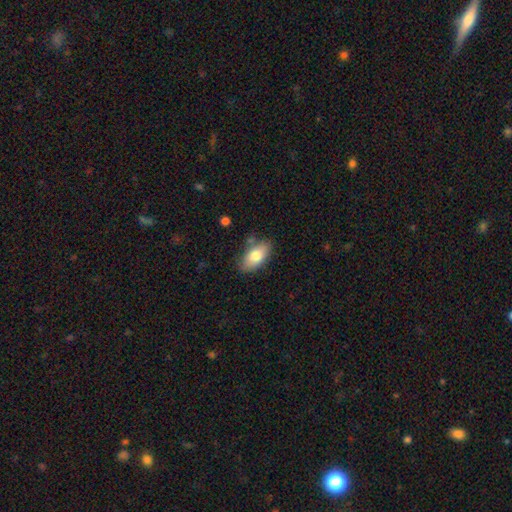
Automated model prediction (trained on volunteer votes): Smooth or featured? Predicted: smooth (p=0.76). How rounded? Predicted: in between (p=0.92). Merging? Predicted: none (p=0.77).